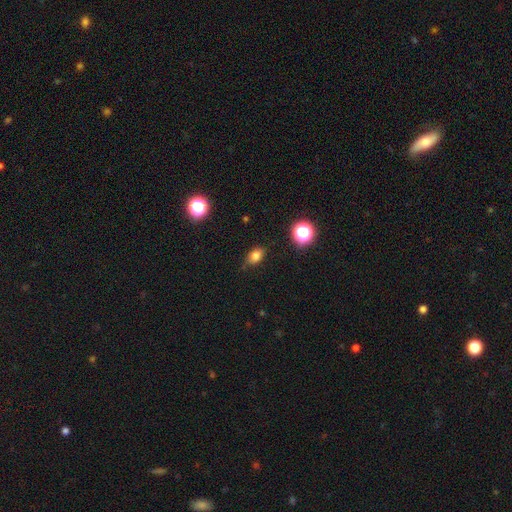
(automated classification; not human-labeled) smooth_or_featured: smooth (p=0.79) [alt: star or artifact p=0.13]
how_rounded: in between (p=0.74) [alt: round p=0.24]
merging: none (p=0.72) [alt: minor disturbance p=0.22]